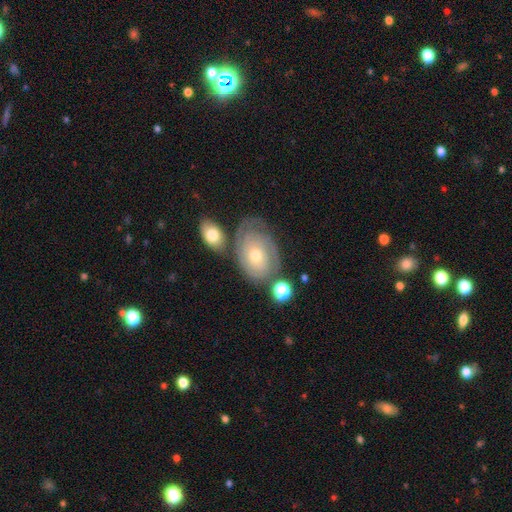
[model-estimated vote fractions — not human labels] smooth-or-featured: featured or disk: 73% | smooth: 20% | star or artifact: 7%
  disk-edge-on: no: 96% | yes: 4%
    bar: no: 83% | weak: 15% | strong: 3%
    has-spiral-arms: yes: 87% | no: 13%
      spiral-winding: tight: 76% | medium: 19% | loose: 5%
      spiral-arm-count: can't tell: 45% | 2: 28% | 3: 11% | 1: 6% | 4: 5% | more than 4: 4%
    bulge-size: moderate: 49% | small: 46% | large: 2% | none: 1% | dominant: 1%
  merging: none: 59% | minor disturbance: 21% | merger: 10% | major disturbance: 9%